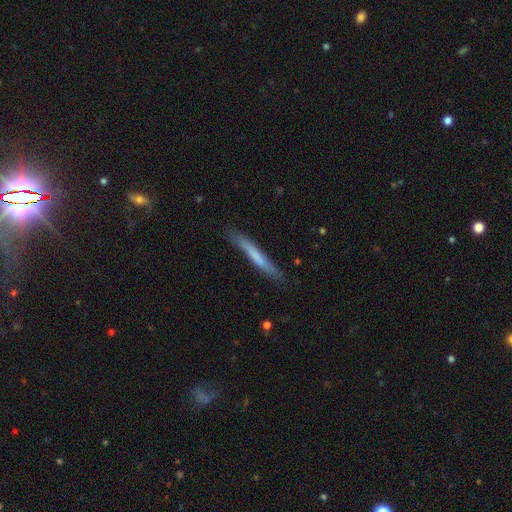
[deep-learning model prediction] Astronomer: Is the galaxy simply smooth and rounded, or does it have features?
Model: smooth — 60% (runner-up: featured or disk, 35%).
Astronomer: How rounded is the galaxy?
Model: cigar-shaped — 96%.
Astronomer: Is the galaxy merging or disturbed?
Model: none — 83%.